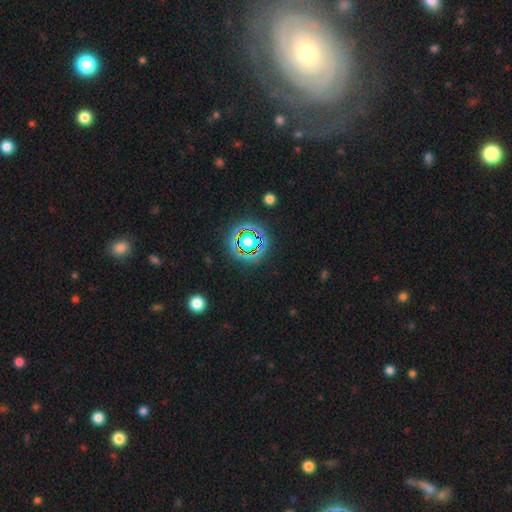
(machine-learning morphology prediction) smooth_or_featured: star or artifact (p=0.42) [alt: featured or disk p=0.39]